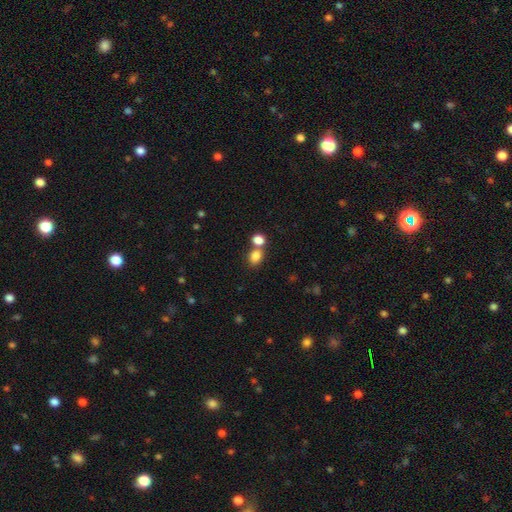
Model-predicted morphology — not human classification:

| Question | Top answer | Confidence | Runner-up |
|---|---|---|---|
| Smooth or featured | smooth | 83% | star or artifact (11%) |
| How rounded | in between | 56% | round (43%) |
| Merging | none | 50% | merger (38%) |